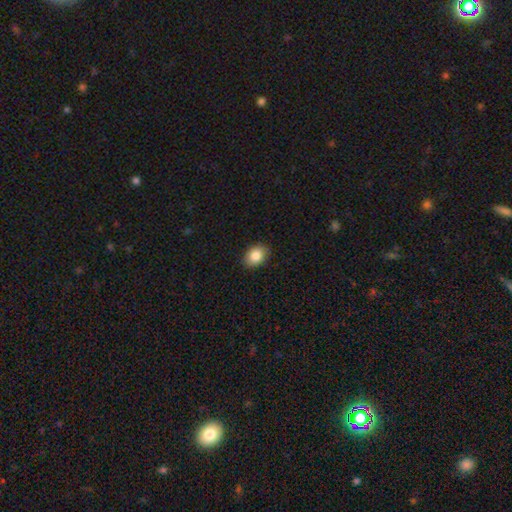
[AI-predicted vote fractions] This is clearly a smooth galaxy (85%). How rounded: likely in between (73%). Merging: clearly none (88%).